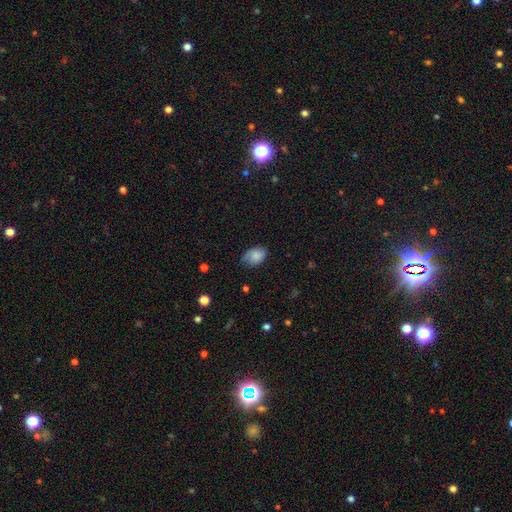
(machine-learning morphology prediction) Smooth or featured? smooth (80%)
How rounded? in between (82%)
Merging? none (63%)